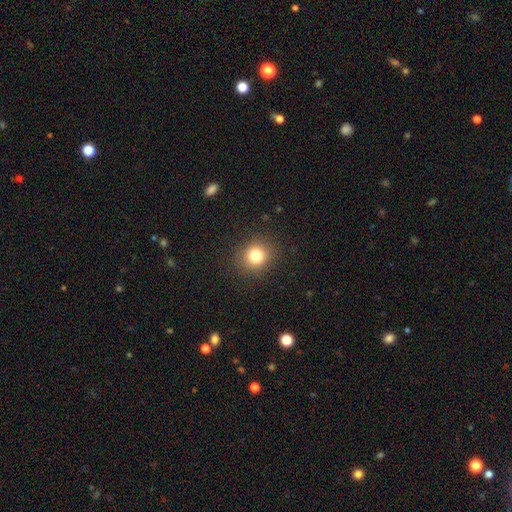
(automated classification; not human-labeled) Morphology: type=smooth (80%); roundness=round (84%); merging=none (89%).